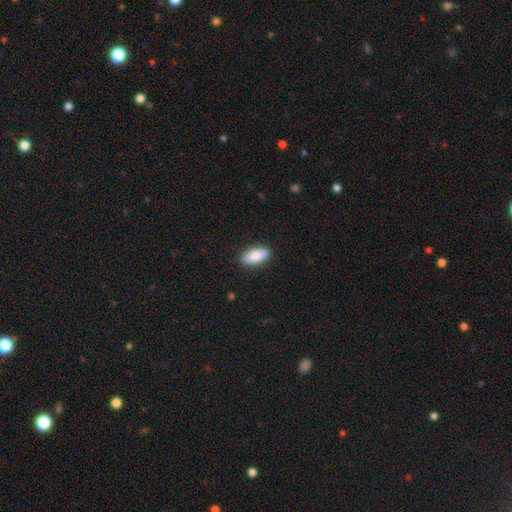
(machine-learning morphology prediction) This appears to be a smooth galaxy with no disk features (84%) that is in between round and cigar-shaped (86%). Merging: none (89%).